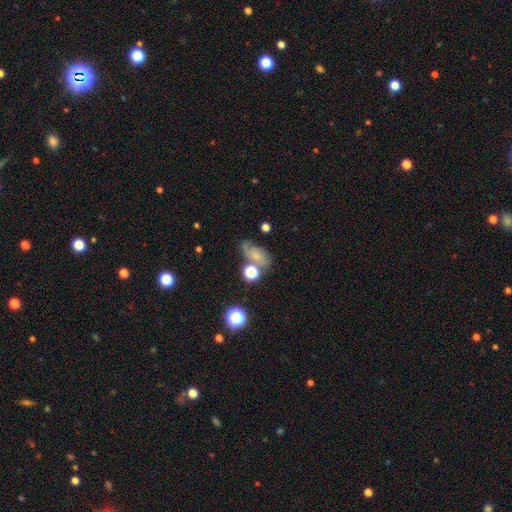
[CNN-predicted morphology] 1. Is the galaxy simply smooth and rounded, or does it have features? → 45% smooth, 39% featured or disk, 16% star or artifact.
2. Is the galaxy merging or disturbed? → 48% none, 23% minor disturbance, 16% merger, 14% major disturbance.